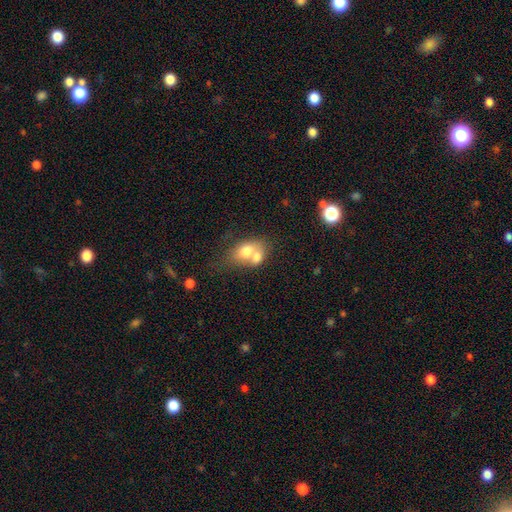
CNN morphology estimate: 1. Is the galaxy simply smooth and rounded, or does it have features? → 62% smooth, 21% featured or disk, 17% star or artifact.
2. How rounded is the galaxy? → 51% in between, 46% round, 3% cigar-shaped.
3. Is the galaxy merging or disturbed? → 55% merger, 30% none, 9% minor disturbance, 6% major disturbance.